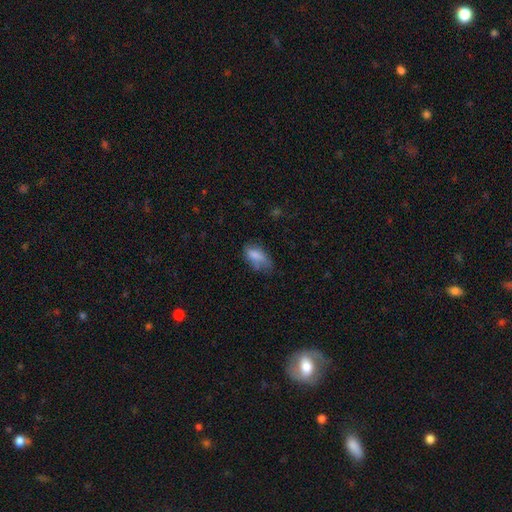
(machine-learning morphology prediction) This appears to be a smooth galaxy with no disk features (77%) that is in between round and cigar-shaped (90%). Merging: none (41%).